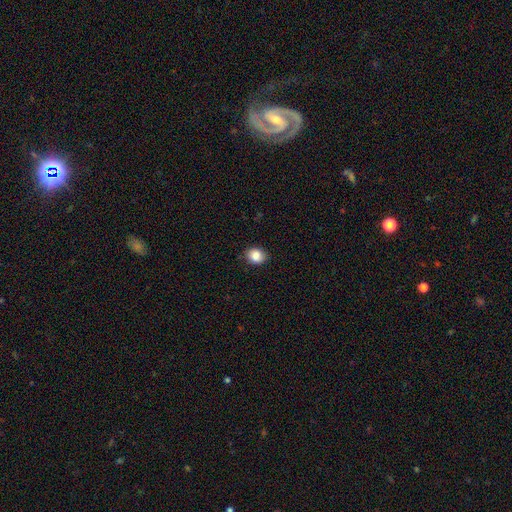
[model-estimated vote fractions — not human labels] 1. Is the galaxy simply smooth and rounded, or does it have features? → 87% smooth, 9% star or artifact, 4% featured or disk.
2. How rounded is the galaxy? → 57% round, 42% in between, 1% cigar-shaped.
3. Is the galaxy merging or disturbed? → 84% none, 13% minor disturbance, 3% major disturbance, 1% merger.